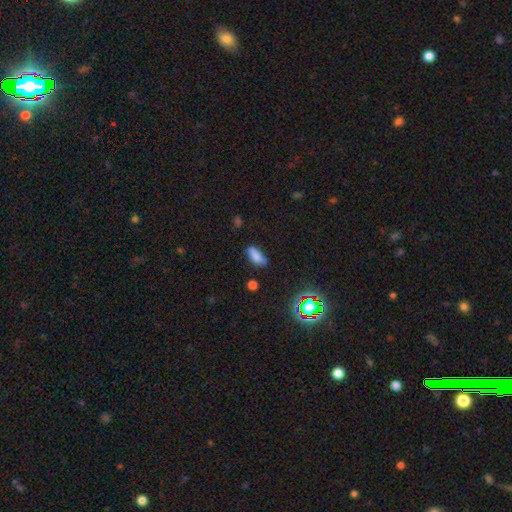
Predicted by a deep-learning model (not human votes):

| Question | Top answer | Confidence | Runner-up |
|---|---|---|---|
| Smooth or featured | smooth | 77% | star or artifact (12%) |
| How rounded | in between | 80% | cigar-shaped (16%) |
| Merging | none | 70% | minor disturbance (23%) |